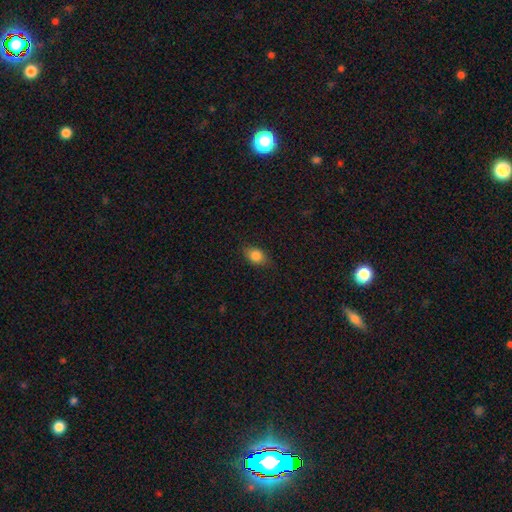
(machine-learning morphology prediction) smooth 82%, star or artifact 9%, featured or disk 9%. Down the decision tree: how rounded — in between (76%); merging — none (80%).